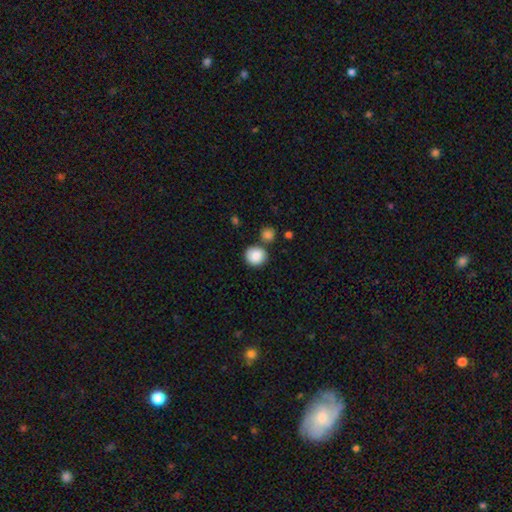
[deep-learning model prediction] This is clearly a smooth galaxy (87%). How rounded: clearly round (88%). Merging: likely none (68%).